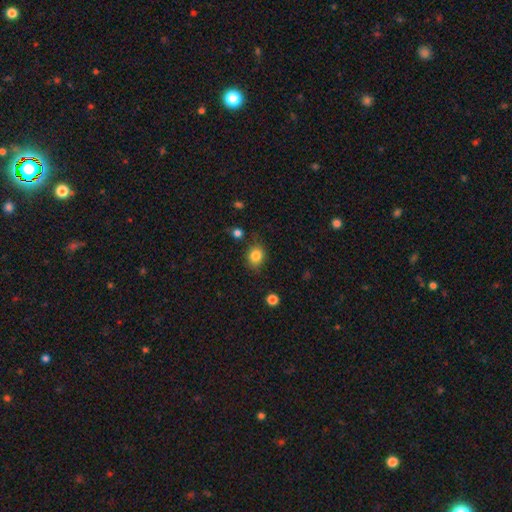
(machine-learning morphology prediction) smooth_or_featured: smooth (p=0.83) [alt: star or artifact p=0.10]
how_rounded: round (p=0.63) [alt: in between p=0.36]
merging: none (p=0.77) [alt: minor disturbance p=0.16]